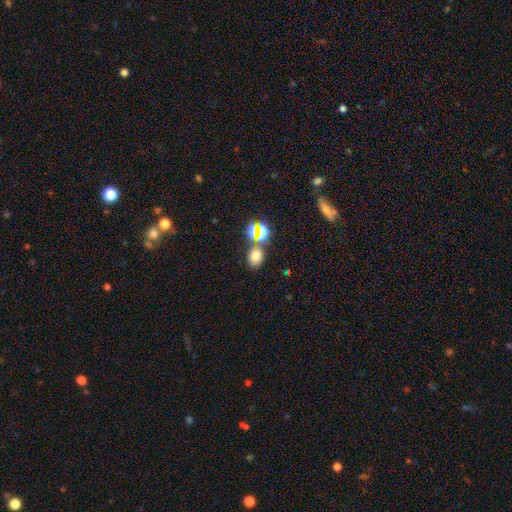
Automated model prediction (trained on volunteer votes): smooth-or-featured: smooth: 66% | star or artifact: 25% | featured or disk: 9%
  how-rounded: in between: 52% | round: 46% | cigar-shaped: 1%
  merging: none: 64% | merger: 22% | minor disturbance: 10% | major disturbance: 4%